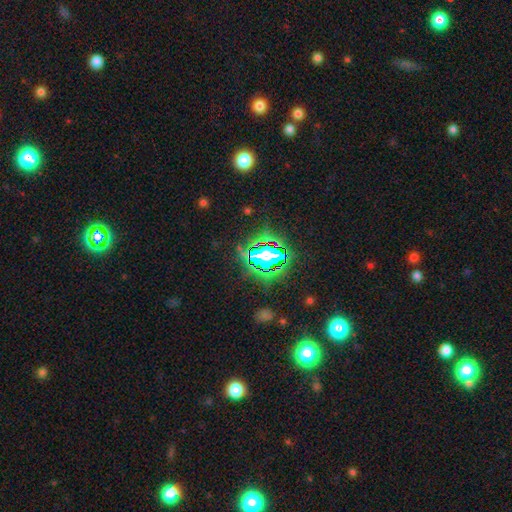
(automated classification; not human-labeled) Smooth or featured? Predicted: star or artifact (p=0.78).